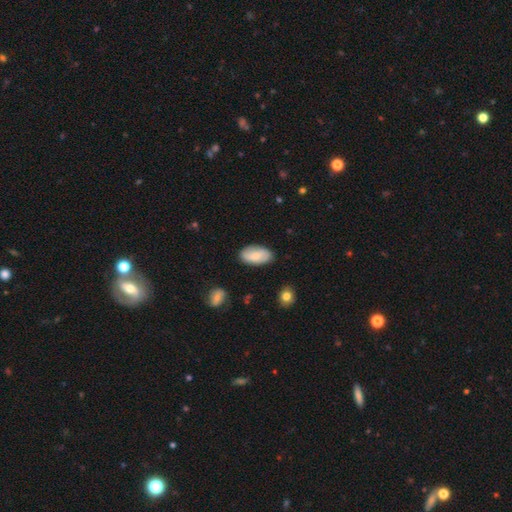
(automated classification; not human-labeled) smooth 70%, featured or disk 24%, star or artifact 7%. Down the decision tree: how rounded — in between (94%); merging — none (84%).